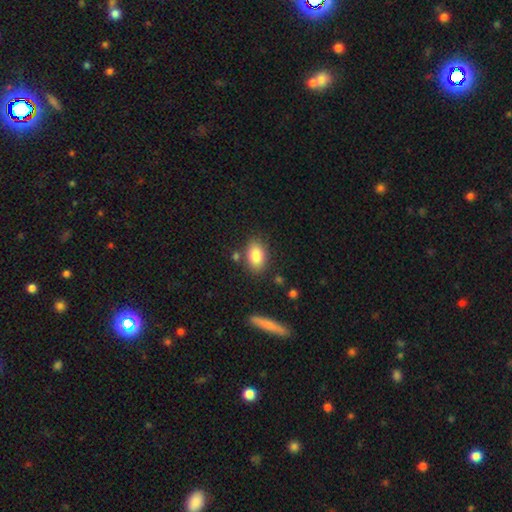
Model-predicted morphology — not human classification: Overall: smooth (83%). How rounded: in between (84%). Merging: none (80%).